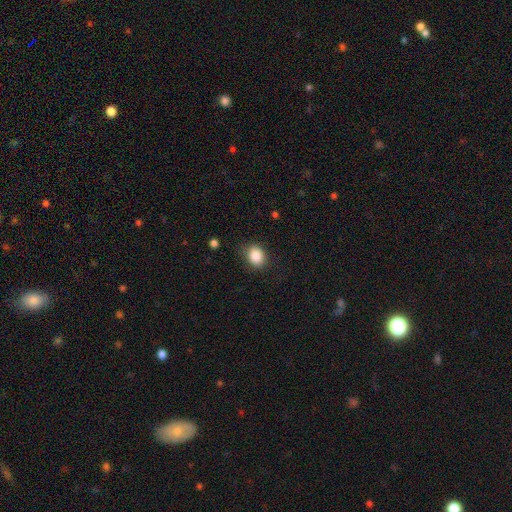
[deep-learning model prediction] Overall: smooth (87%). How rounded: round (51%; in between 49%). Merging: none (83%).